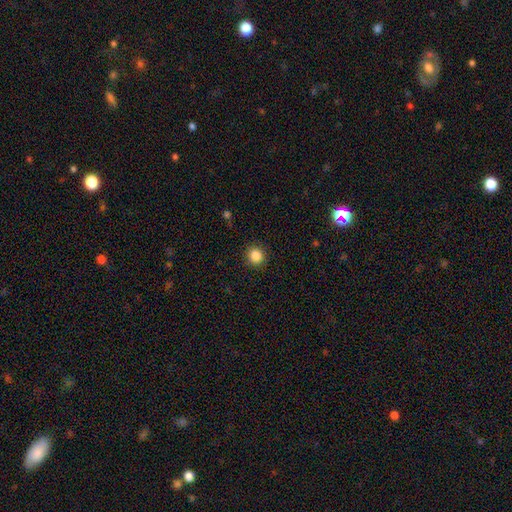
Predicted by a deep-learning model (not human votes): A smooth galaxy with no disk features (86%) that is round (92%).

Vote fractions:
- Smooth or featured? smooth: 86% / star or artifact: 10% / featured or disk: 3%
- How rounded? round: 92% / in between: 8% / cigar-shaped: 1%
- Merging? none: 90% / minor disturbance: 6% / major disturbance: 2% / merger: 1%